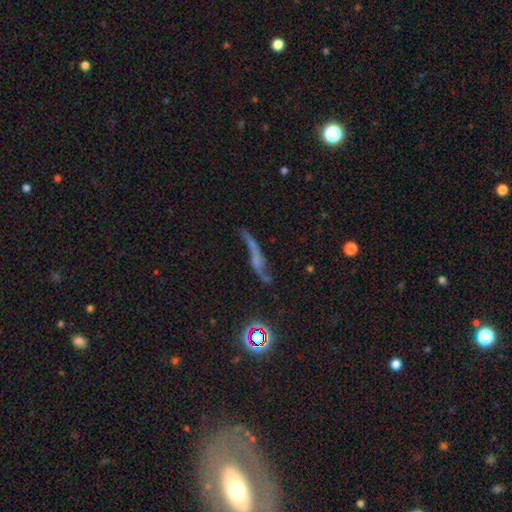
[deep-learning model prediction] A featured or disk galaxy (59%).

Vote fractions:
- Smooth or featured? featured or disk: 59% / star or artifact: 22% / smooth: 19%
- Edge-on disk? no: 59% / yes: 41%
- Merging? none: 53% / minor disturbance: 23% / major disturbance: 17% / merger: 7%